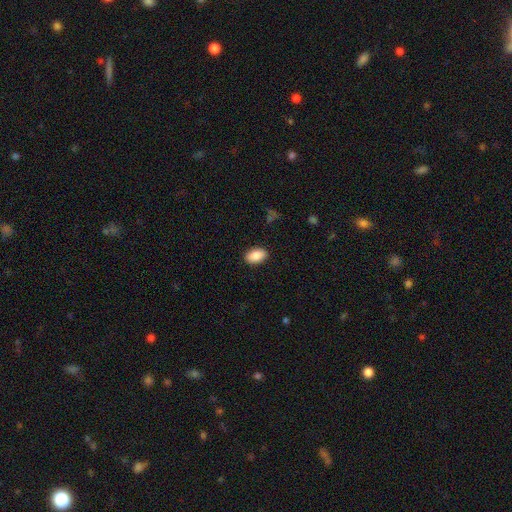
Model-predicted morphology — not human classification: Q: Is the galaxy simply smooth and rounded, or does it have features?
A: smooth — 88%.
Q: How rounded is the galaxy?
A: in between — 92%.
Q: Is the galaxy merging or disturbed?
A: none — 89%.